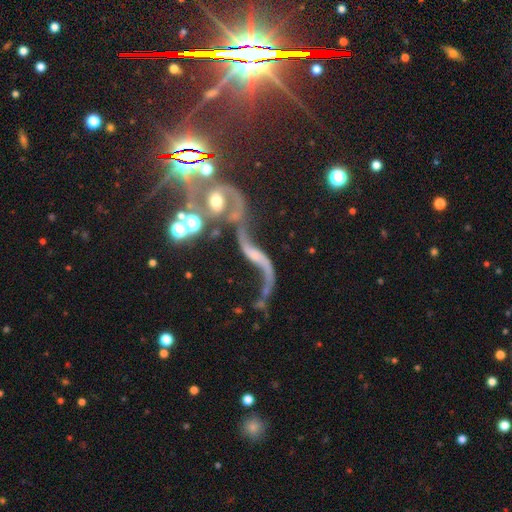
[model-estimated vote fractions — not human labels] The model was most divided on "bulge size": small: 40%, none: 28%, moderate: 25%, large: 4%, dominant: 2%. Remaining: spiral winding — loose (93%); edge-on disk — no (92%); spiral arm count — 2 (89%); spiral arms — yes (88%); smooth or featured — featured or disk (79%); bar — no (51%); merging — merger (40%).